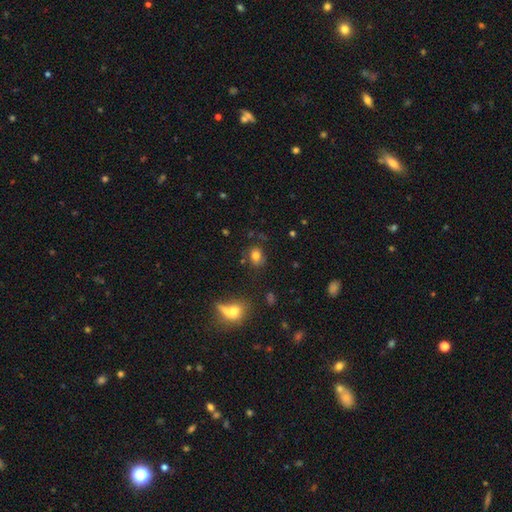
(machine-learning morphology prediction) smooth_or_featured: smooth (p=0.77) [alt: star or artifact p=0.13]
how_rounded: in between (p=0.50) [alt: round p=0.49]
merging: none (p=0.75) [alt: minor disturbance p=0.15]